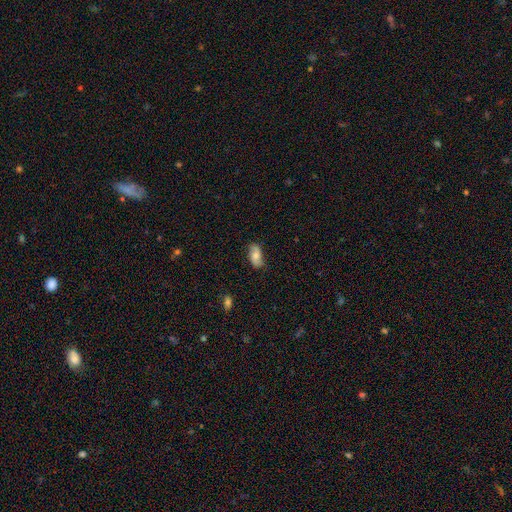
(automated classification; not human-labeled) This is likely a smooth galaxy (61%). How rounded: clearly in between (92%). Merging: likely none (74%).